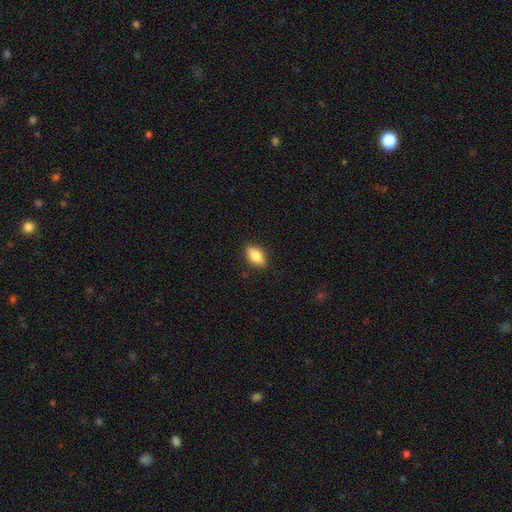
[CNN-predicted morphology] A smooth galaxy with no disk features (78%) that is in between round and cigar-shaped (86%). Merging: none (86%).